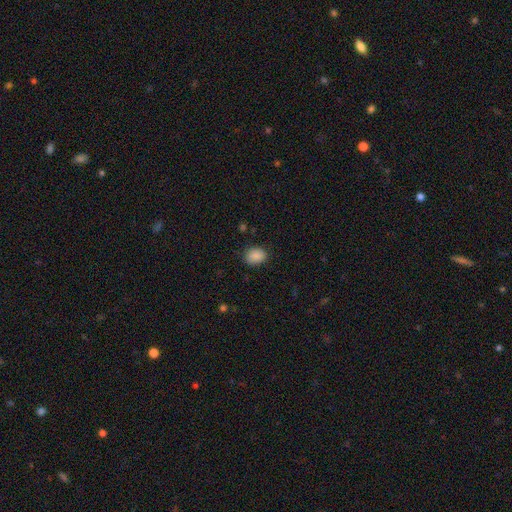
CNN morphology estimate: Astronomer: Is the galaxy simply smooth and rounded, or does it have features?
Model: smooth — 88%.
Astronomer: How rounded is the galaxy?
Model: in between — 59% (runner-up: round, 40%).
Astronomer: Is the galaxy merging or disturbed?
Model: none — 83%.